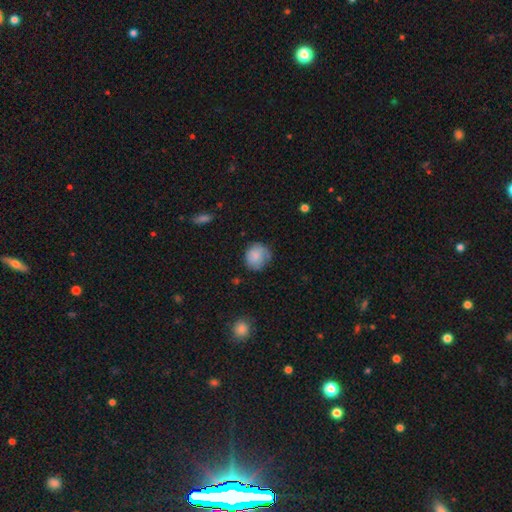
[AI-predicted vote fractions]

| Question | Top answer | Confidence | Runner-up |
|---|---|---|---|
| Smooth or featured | smooth | 82% | featured or disk (11%) |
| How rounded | round | 82% | in between (17%) |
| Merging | none | 68% | minor disturbance (25%) |